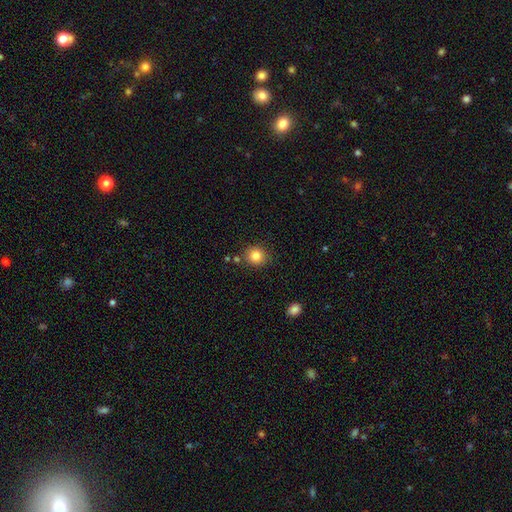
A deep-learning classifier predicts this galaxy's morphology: Smooth or featured?
  - smooth: 84% *
  - star or artifact: 11%
  - featured or disk: 5%
How rounded?
  - round: 86% *
  - in between: 13%
  - cigar-shaped: 1%
Merging?
  - none: 83% *
  - minor disturbance: 9%
  - merger: 4%
  - major disturbance: 3%